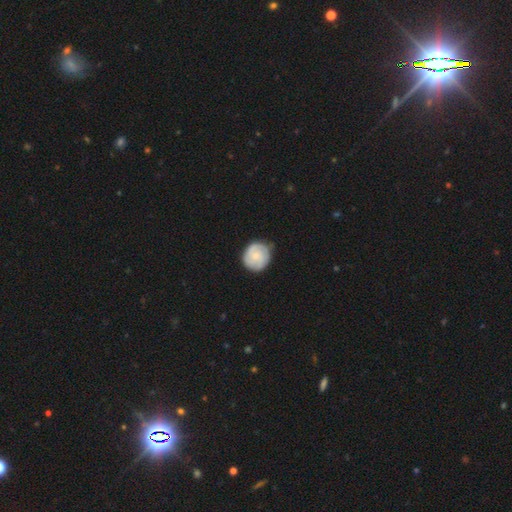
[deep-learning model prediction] Smooth or featured? featured or disk (49%)
Merging? none (78%)